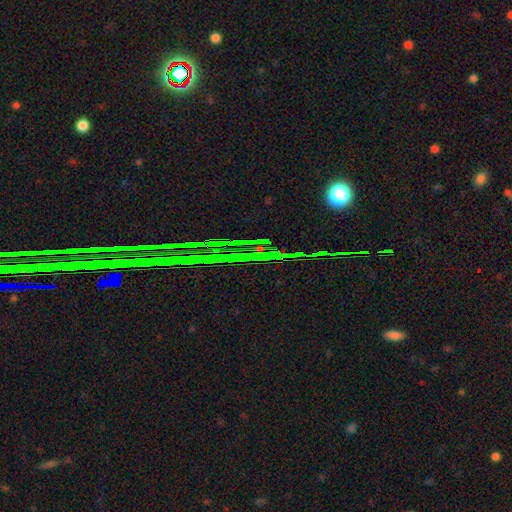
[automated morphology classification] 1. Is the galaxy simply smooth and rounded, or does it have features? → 82% star or artifact, 10% featured or disk, 8% smooth.